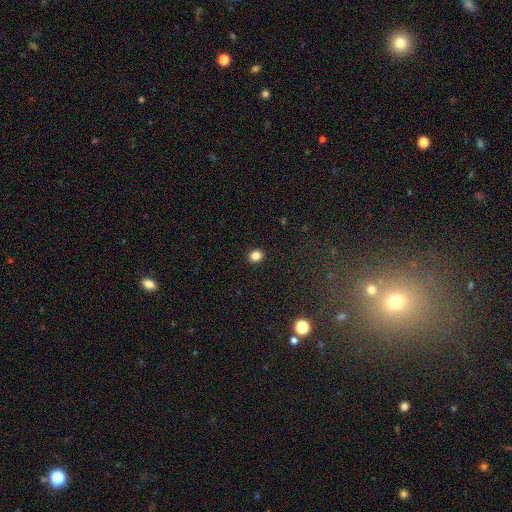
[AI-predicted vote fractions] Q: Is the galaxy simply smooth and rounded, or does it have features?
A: smooth — 84%.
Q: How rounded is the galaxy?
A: round — 78%.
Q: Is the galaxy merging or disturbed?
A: none — 92%.